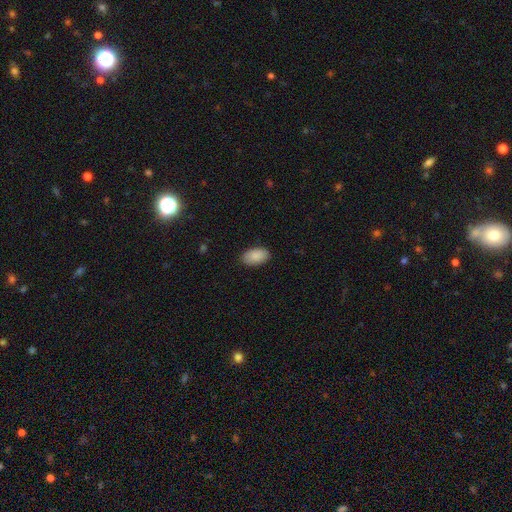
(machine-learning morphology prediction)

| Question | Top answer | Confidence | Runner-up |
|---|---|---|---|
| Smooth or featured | smooth | 89% | star or artifact (7%) |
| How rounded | in between | 94% | round (5%) |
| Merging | none | 88% | minor disturbance (9%) |